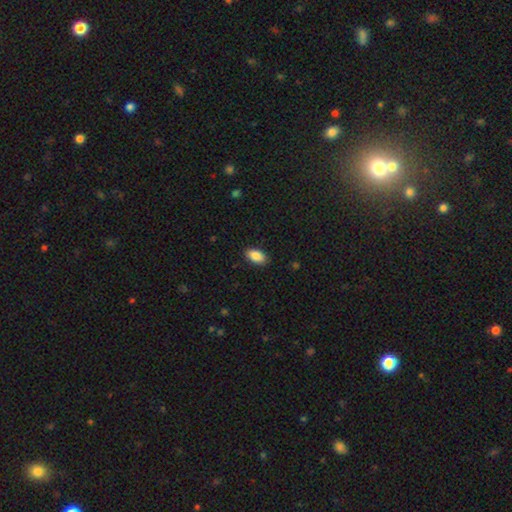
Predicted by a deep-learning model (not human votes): This is clearly a smooth galaxy (89%). How rounded: clearly in between (94%). Merging: clearly none (88%).